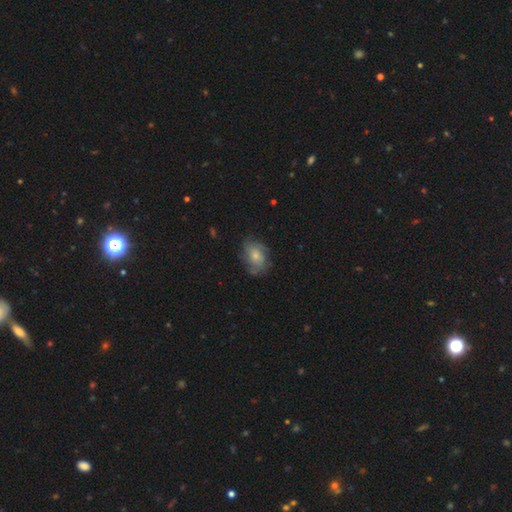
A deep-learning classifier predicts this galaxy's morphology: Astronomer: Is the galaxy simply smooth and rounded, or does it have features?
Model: smooth — 48% (runner-up: featured or disk, 44%).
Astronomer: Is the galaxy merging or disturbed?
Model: none — 66%.